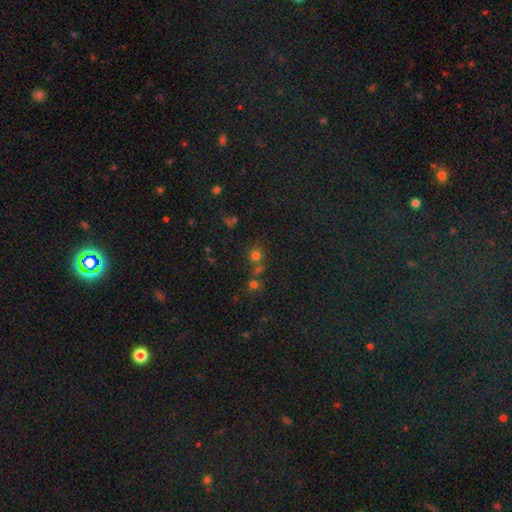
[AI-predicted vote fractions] A smooth galaxy with no disk features (67%) that is round (85%).

Vote fractions:
- Smooth or featured? smooth: 67% / star or artifact: 25% / featured or disk: 8%
- How rounded? round: 85% / in between: 13% / cigar-shaped: 1%
- Merging? none: 62% / merger: 24% / minor disturbance: 9% / major disturbance: 5%